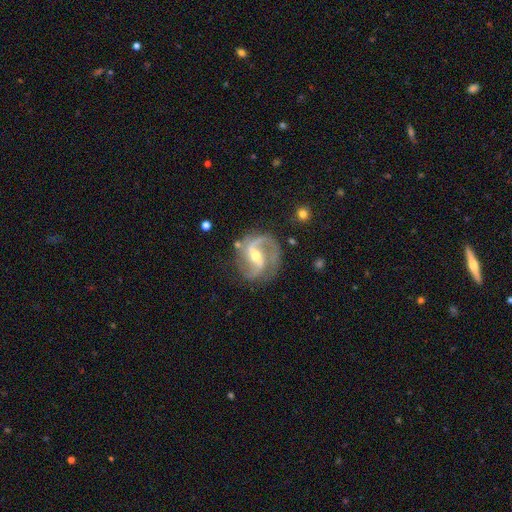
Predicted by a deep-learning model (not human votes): Q: Smooth or featured?
A: featured or disk (91%); runner-up: star or artifact (5%)
Q: Edge-on disk?
A: no (98%); runner-up: yes (2%)
Q: Bar?
A: strong (40%); runner-up: weak (38%)
Q: Spiral arms?
A: yes (97%); runner-up: no (3%)
Q: Spiral winding?
A: medium (51%); runner-up: loose (36%)
Q: Spiral arm count?
A: 2 (88%); runner-up: 1 (4%)
Q: Bulge size?
A: moderate (49%); runner-up: small (48%)
Q: Merging?
A: none (73%); runner-up: minor disturbance (16%)